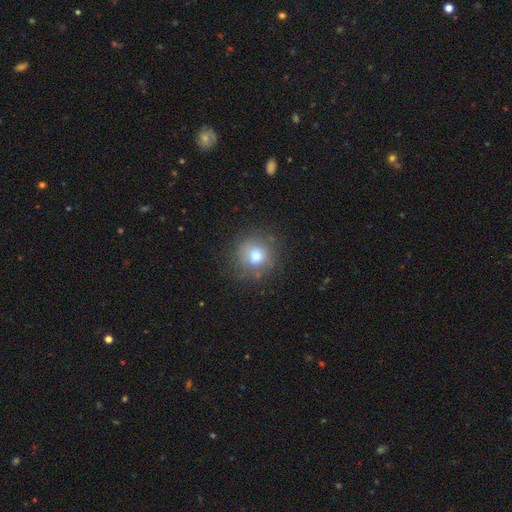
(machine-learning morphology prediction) A smooth galaxy with no disk features (74%) that is round (89%).

Vote fractions:
- Smooth or featured? smooth: 74% / featured or disk: 16% / star or artifact: 11%
- How rounded? round: 89% / in between: 10% / cigar-shaped: 1%
- Merging? none: 76% / minor disturbance: 16% / major disturbance: 6% / merger: 2%